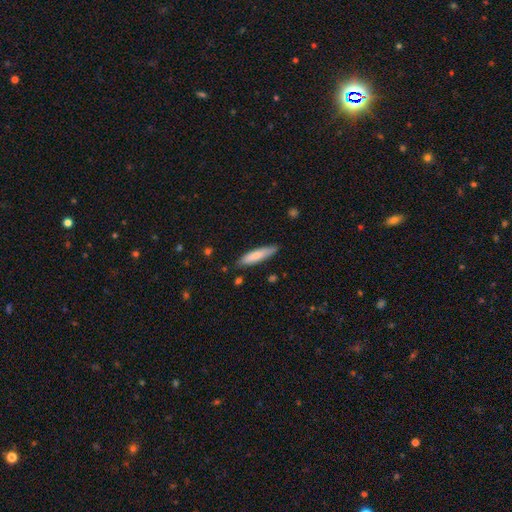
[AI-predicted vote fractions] A smooth galaxy with no disk features (79%) that is cigar-shaped (79%).

Vote fractions:
- Smooth or featured? smooth: 79% / featured or disk: 15% / star or artifact: 6%
- How rounded? cigar-shaped: 79% / in between: 20% / round: 1%
- Merging? none: 83% / minor disturbance: 13% / major disturbance: 2% / merger: 2%